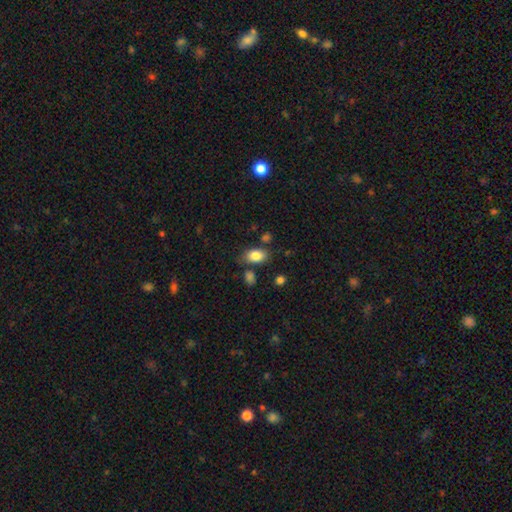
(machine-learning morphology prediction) A smooth galaxy with no disk features (83%) that is in between round and cigar-shaped (86%).

Vote fractions:
- Smooth or featured? smooth: 83% / featured or disk: 9% / star or artifact: 8%
- How rounded? in between: 86% / round: 12% / cigar-shaped: 2%
- Merging? none: 74% / minor disturbance: 15% / merger: 6% / major disturbance: 4%